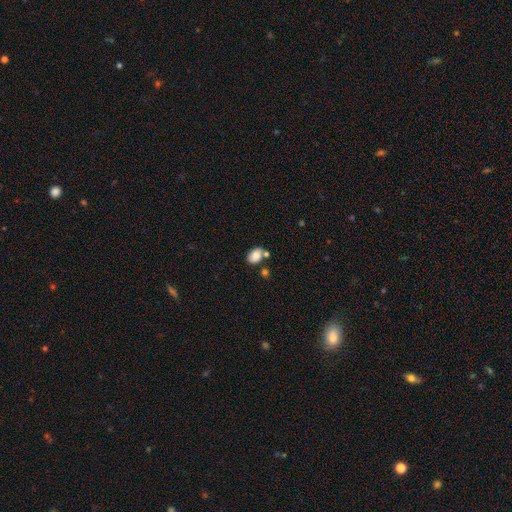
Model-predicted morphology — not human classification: smooth_or_featured: smooth (p=0.82) [alt: featured or disk p=0.10]
how_rounded: in between (p=0.77) [alt: round p=0.22]
merging: none (p=0.58) [alt: merger p=0.21]